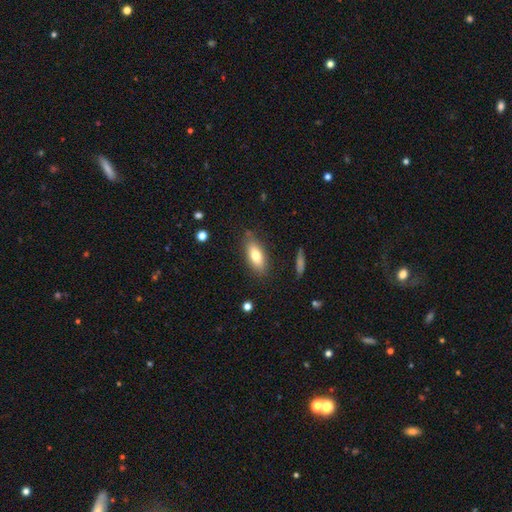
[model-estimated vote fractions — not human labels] smooth-or-featured: smooth: 74% | featured or disk: 19% | star or artifact: 7%
  how-rounded: in between: 78% | cigar-shaped: 19% | round: 3%
  merging: none: 80% | minor disturbance: 14% | major disturbance: 3% | merger: 3%